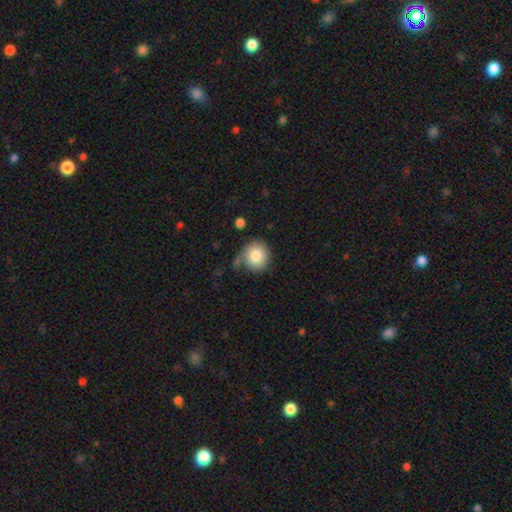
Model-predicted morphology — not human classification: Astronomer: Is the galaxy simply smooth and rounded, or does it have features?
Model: smooth — 82%.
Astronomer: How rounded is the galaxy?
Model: round — 89%.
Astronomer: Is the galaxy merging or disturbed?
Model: none — 63%.